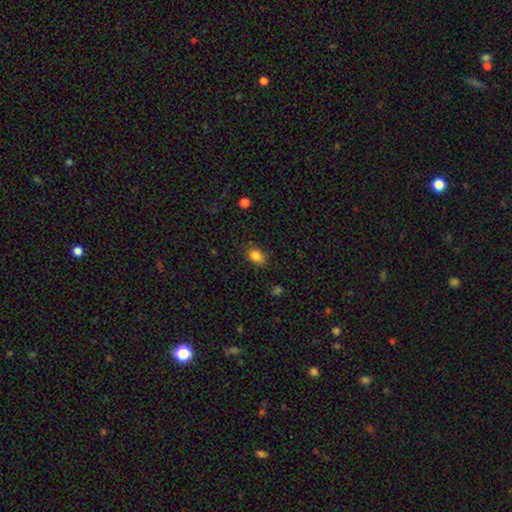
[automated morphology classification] Smooth or featured? smooth (84%)
How rounded? in between (66%)
Merging? none (77%)